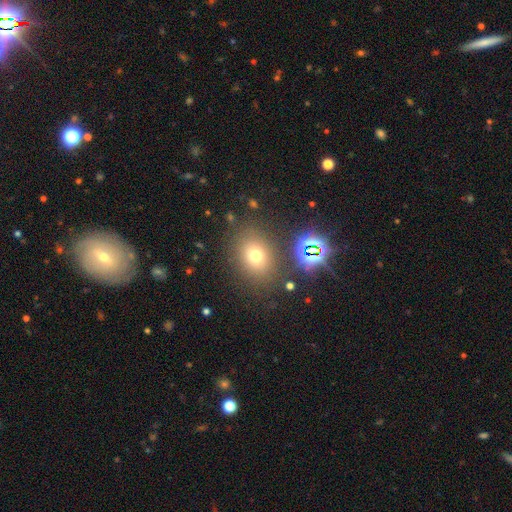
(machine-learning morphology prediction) Smooth or featured?
  - smooth: 67% *
  - star or artifact: 21%
  - featured or disk: 11%
How rounded?
  - round: 60% *
  - in between: 39%
  - cigar-shaped: 1%
Merging?
  - none: 80% *
  - minor disturbance: 10%
  - major disturbance: 5%
  - merger: 4%